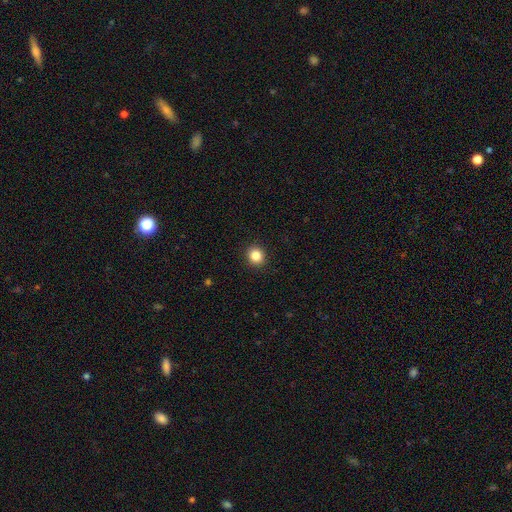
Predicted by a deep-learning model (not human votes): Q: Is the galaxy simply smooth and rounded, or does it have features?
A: smooth — 85%.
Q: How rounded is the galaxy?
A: round — 86%.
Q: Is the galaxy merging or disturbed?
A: none — 92%.